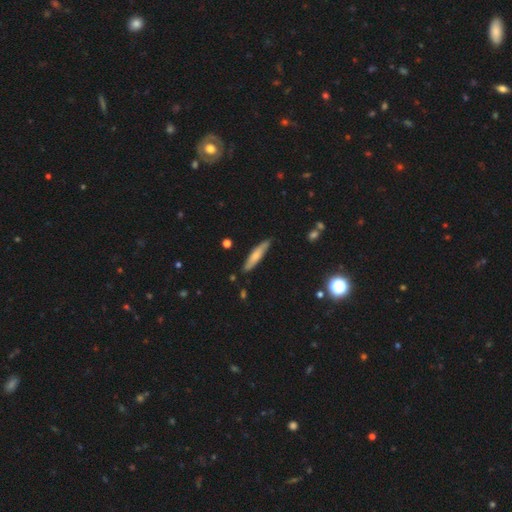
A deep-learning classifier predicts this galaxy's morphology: This appears to be a smooth galaxy with no disk features (65%) that is cigar-shaped (85%). Merging: none (83%).